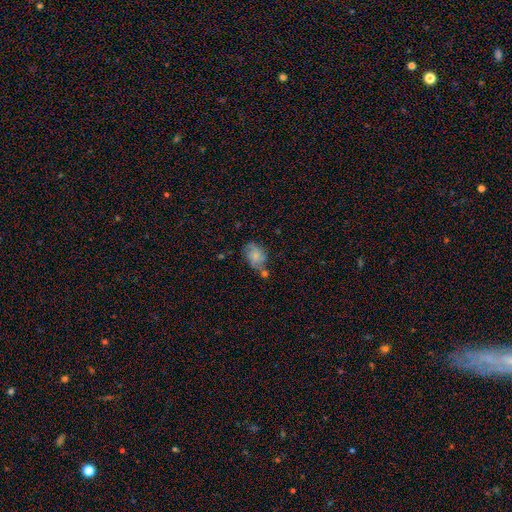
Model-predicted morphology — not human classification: smooth_or_featured: smooth (p=0.59) [alt: featured or disk p=0.30]
how_rounded: in between (p=0.73) [alt: round p=0.25]
merging: none (p=0.45) [alt: minor disturbance p=0.26]